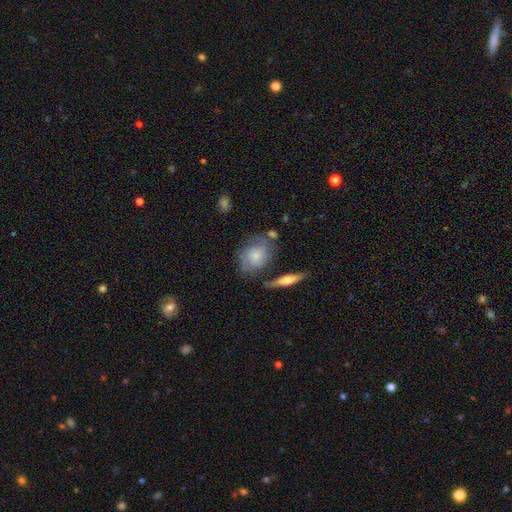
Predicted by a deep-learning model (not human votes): This is possibly a smooth galaxy (56%). How rounded: possibly in between (53%). Merging: possibly none (55%).